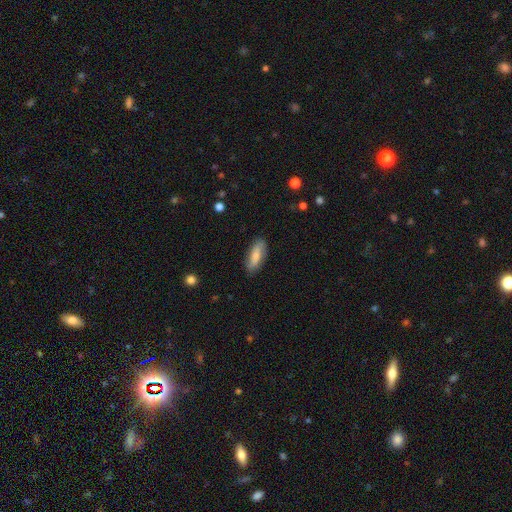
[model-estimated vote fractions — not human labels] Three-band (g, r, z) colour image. It shows a smooth galaxy with no disk features (64%) that is in between round and cigar-shaped (73%). Merging: none (84%).